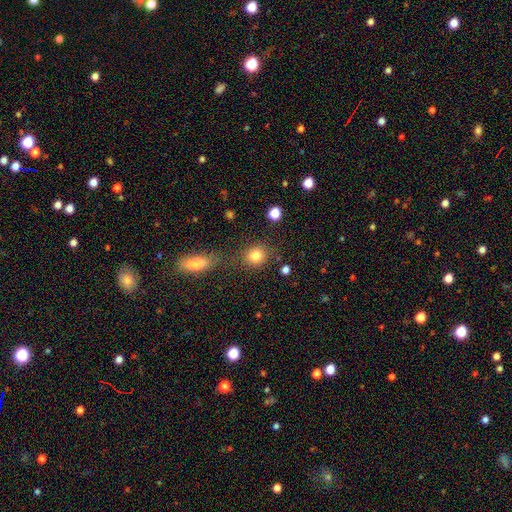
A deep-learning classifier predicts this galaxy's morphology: This appears to be a smooth galaxy with no disk features (82%) that is round (73%). Merging: none (74%).